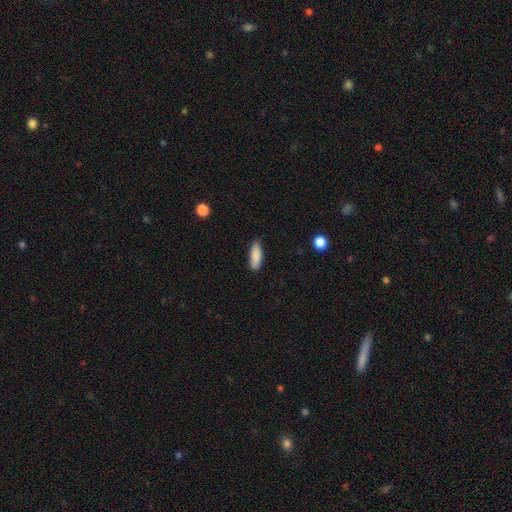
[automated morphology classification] Overall: smooth (88%). How rounded: in between (55%; cigar-shaped 43%). Merging: none (86%).